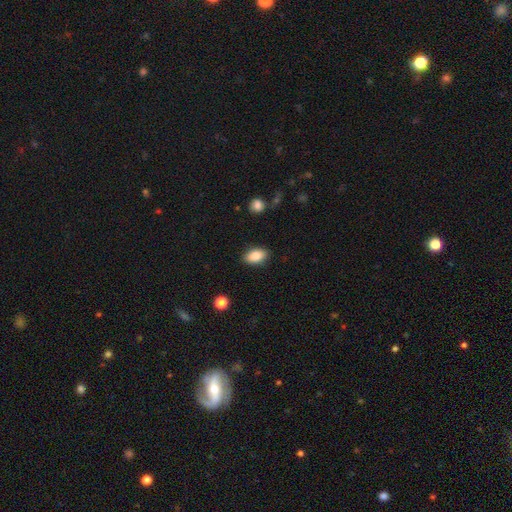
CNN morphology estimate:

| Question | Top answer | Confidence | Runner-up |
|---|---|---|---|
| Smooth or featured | smooth | 85% | featured or disk (8%) |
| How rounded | in between | 91% | round (7%) |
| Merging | none | 88% | minor disturbance (9%) |